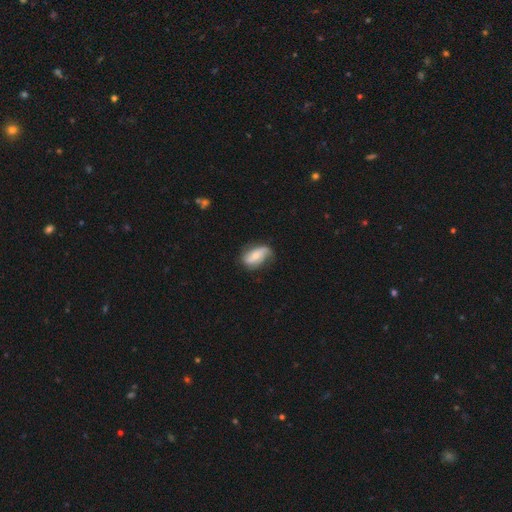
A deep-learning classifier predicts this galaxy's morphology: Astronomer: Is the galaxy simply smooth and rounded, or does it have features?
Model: featured or disk — 54% (runner-up: smooth, 39%).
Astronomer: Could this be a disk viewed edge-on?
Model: no — 93%.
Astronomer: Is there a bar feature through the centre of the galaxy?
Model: no — 51% (runner-up: weak, 30%).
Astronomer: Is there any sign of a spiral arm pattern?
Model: yes — 83%.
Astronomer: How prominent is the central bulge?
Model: small — 52% (runner-up: moderate, 41%).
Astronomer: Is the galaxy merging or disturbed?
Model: none — 58%.